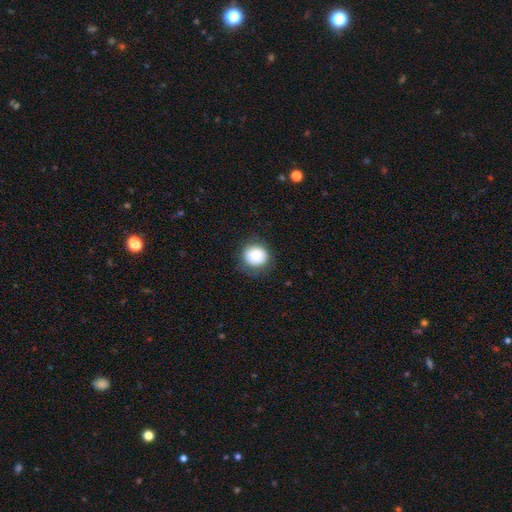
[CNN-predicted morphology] This is clearly a smooth galaxy (86%). How rounded: clearly round (88%). Merging: likely none (79%).